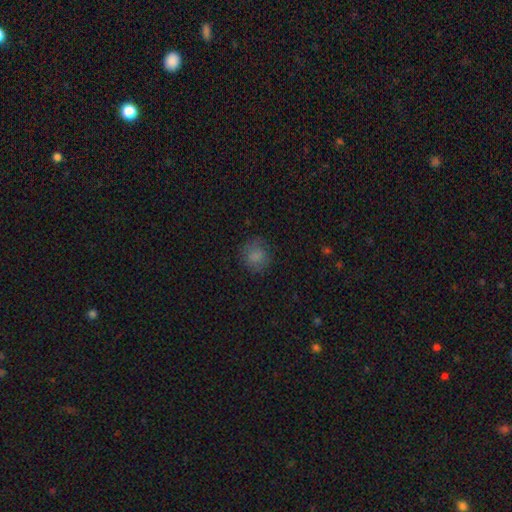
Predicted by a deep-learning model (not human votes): smooth_or_featured: smooth (p=0.81) [alt: star or artifact p=0.11]
how_rounded: round (p=0.86) [alt: in between p=0.13]
merging: none (p=0.78) [alt: minor disturbance p=0.15]